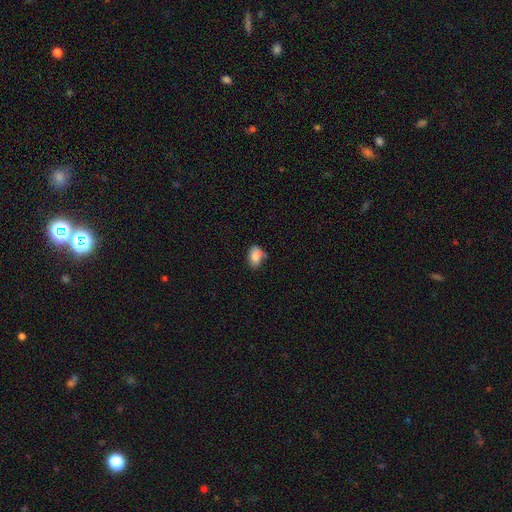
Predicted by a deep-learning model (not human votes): Smooth or featured: smooth — 82% (featured or disk — 9%)
How rounded: in between — 84% (round — 15%)
Merging: none — 59% (minor disturbance — 25%)